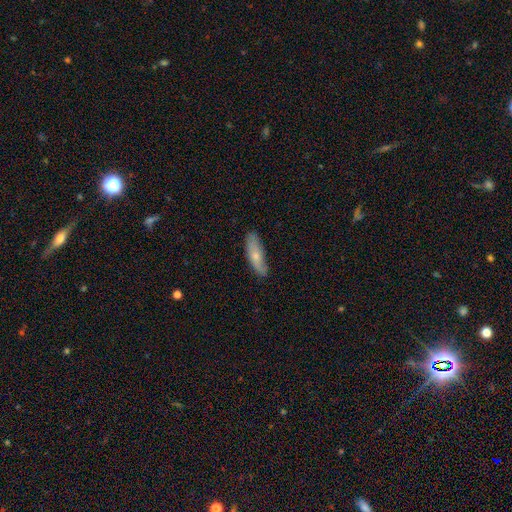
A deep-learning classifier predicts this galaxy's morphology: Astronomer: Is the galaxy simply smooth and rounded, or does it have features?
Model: smooth — 66%.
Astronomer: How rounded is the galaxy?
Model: cigar-shaped — 56% (runner-up: in between, 42%).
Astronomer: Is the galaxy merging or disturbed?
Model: none — 82%.